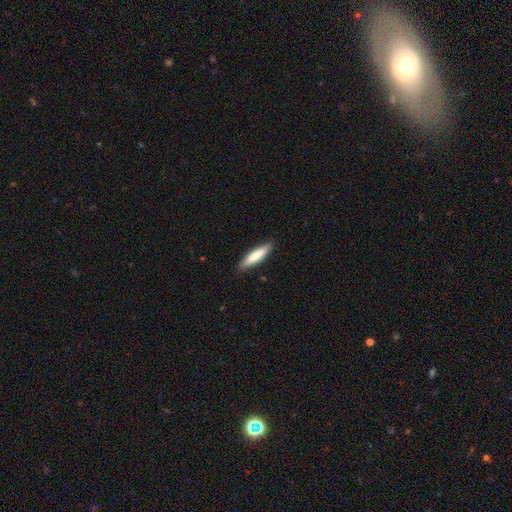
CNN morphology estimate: smooth-or-featured: smooth: 76% | featured or disk: 19% | star or artifact: 5%
  how-rounded: cigar-shaped: 79% | in between: 19% | round: 1%
  merging: none: 88% | minor disturbance: 9% | major disturbance: 2% | merger: 1%